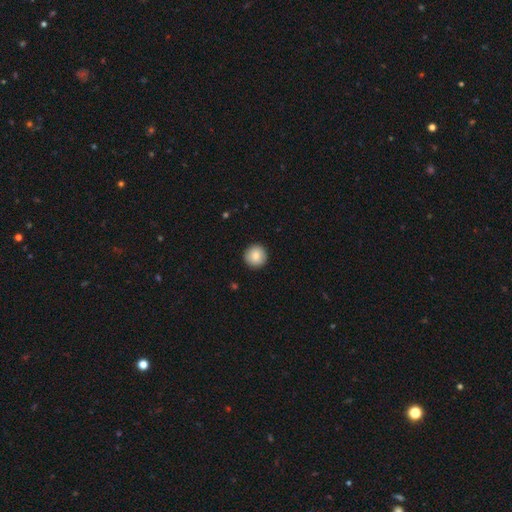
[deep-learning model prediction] This is clearly a smooth galaxy (86%). How rounded: clearly round (96%). Merging: clearly none (93%).